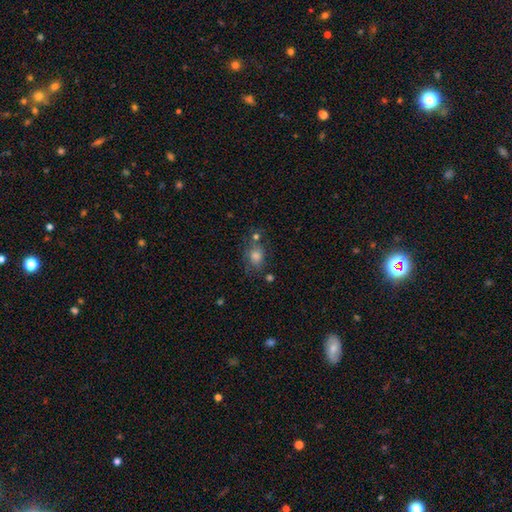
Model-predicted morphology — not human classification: Smooth or featured: smooth — 68% (star or artifact — 17%)
How rounded: in between — 58% (round — 40%)
Merging: none — 61% (minor disturbance — 20%)